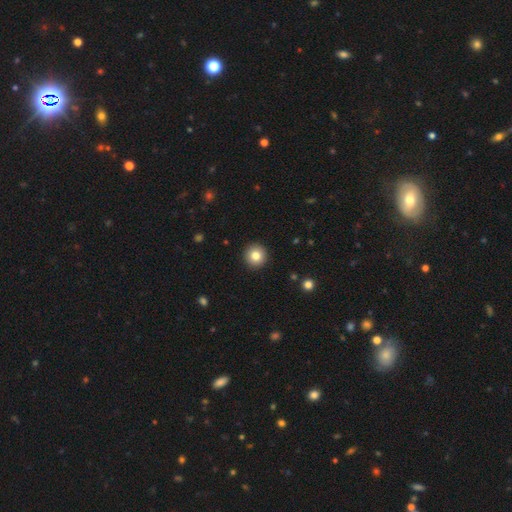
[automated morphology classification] smooth-or-featured: smooth: 82% | star or artifact: 10% | featured or disk: 8%
  how-rounded: round: 95% | in between: 4% | cigar-shaped: 1%
  merging: none: 92% | minor disturbance: 5% | major disturbance: 2% | merger: 1%